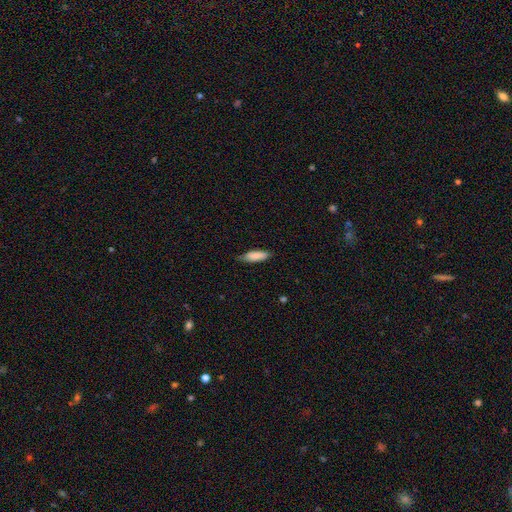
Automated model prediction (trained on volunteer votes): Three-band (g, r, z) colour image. It shows a smooth galaxy with no disk features (85%) that is in between round and cigar-shaped (50%). Merging: none (75%).